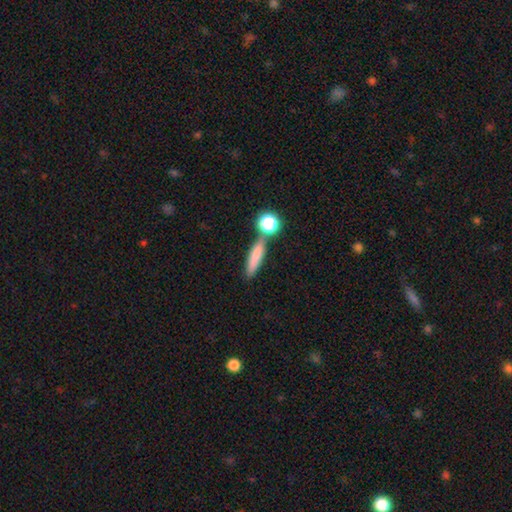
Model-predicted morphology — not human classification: Smooth or featured: smooth — 74% (featured or disk — 15%)
How rounded: cigar-shaped — 71% (in between — 21%)
Merging: none — 64% (merger — 19%)